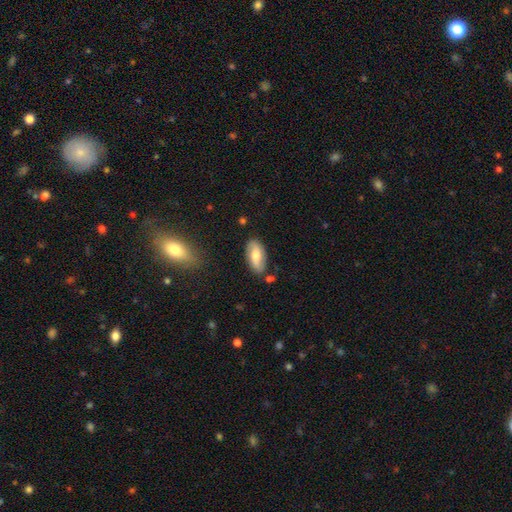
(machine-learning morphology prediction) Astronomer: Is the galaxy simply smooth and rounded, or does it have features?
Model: smooth — 55% (runner-up: featured or disk, 38%).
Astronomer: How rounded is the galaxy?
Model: in between — 90%.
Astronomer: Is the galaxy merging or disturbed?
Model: none — 78%.